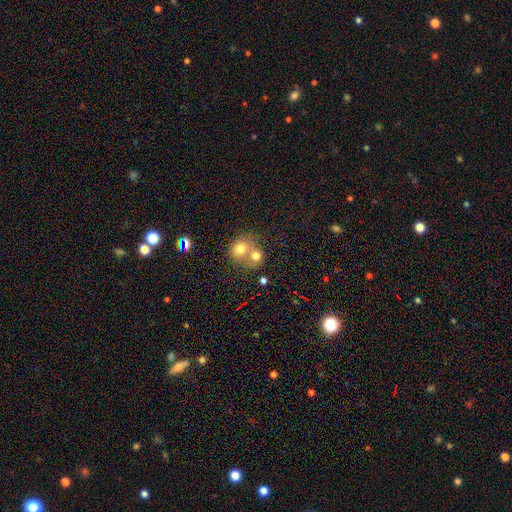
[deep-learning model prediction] Smooth or featured: smooth — 71% (featured or disk — 17%)
How rounded: round — 76% (in between — 23%)
Merging: merger — 65% (none — 26%)